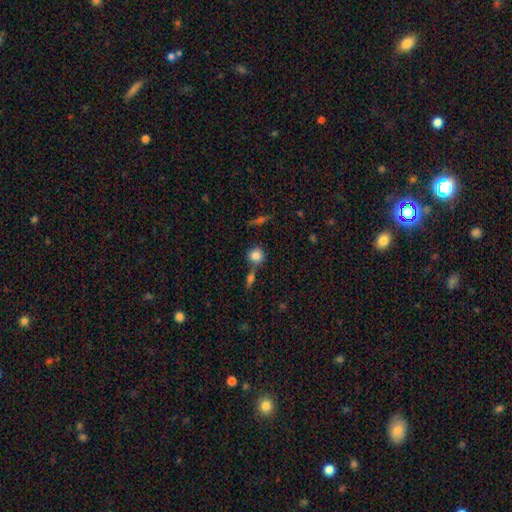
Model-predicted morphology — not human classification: smooth-or-featured: smooth: 82% | star or artifact: 10% | featured or disk: 9%
  how-rounded: round: 84% | in between: 14% | cigar-shaped: 2%
  merging: none: 61% | merger: 24% | minor disturbance: 11% | major disturbance: 4%